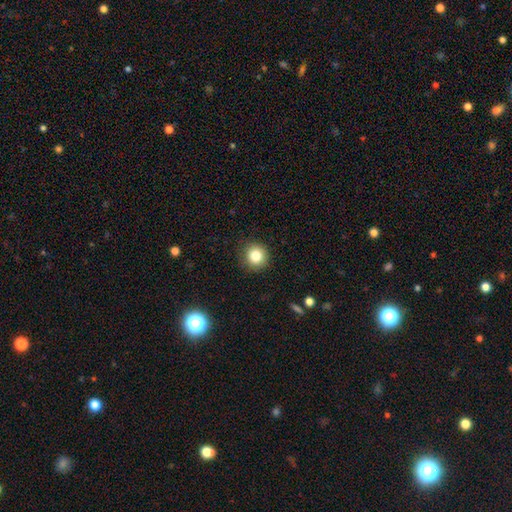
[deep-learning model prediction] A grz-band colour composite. It shows a smooth galaxy with no disk features (83%) that is round (92%). Merging: none (90%).